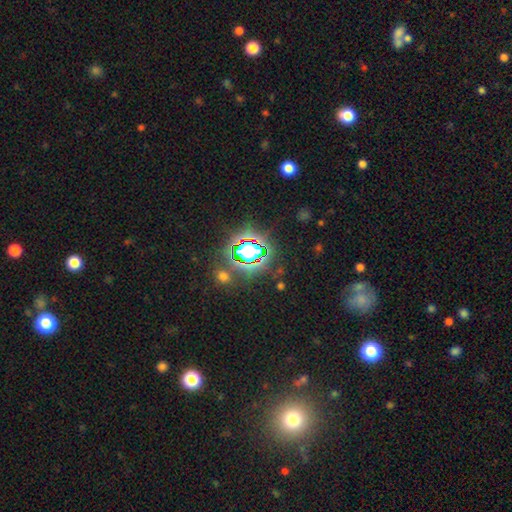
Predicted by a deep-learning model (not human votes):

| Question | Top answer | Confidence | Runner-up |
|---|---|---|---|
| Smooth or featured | star or artifact | 77% | smooth (15%) |